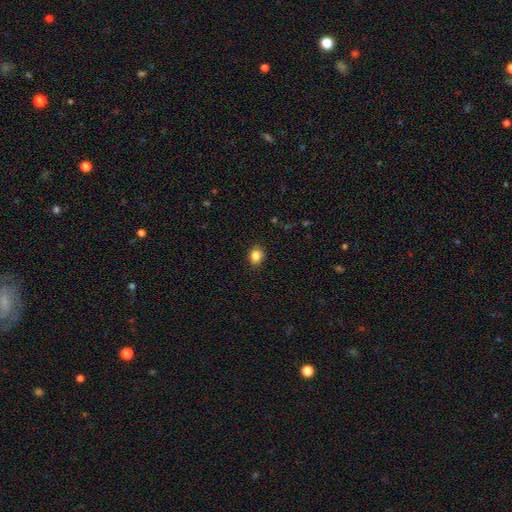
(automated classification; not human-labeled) The model was most divided on "how rounded": round: 66%, in between: 33%, cigar-shaped: 1%. More confident: merging — none (88%); smooth or featured — smooth (85%).